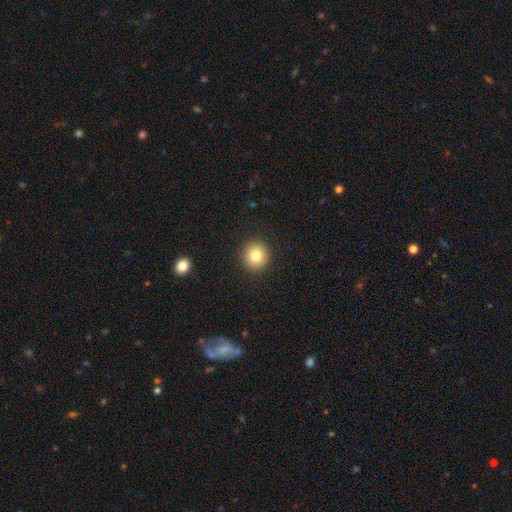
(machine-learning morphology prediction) smooth 82%, star or artifact 10%, featured or disk 8%. Down the decision tree: how rounded — round (93%); merging — none (92%).